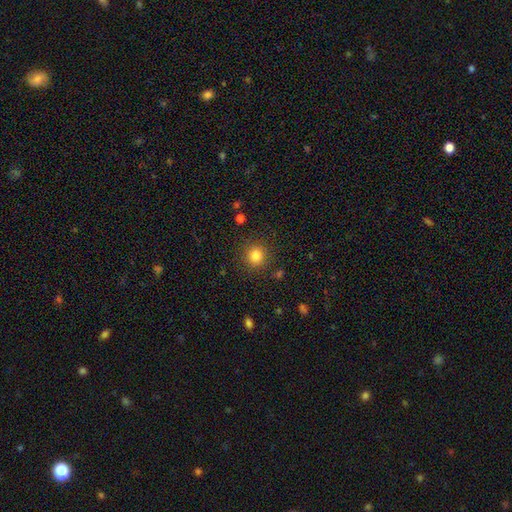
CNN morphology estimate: smooth_or_featured: smooth (p=0.82) [alt: star or artifact p=0.13]
how_rounded: round (p=0.92) [alt: in between p=0.08]
merging: none (p=0.89) [alt: minor disturbance p=0.07]